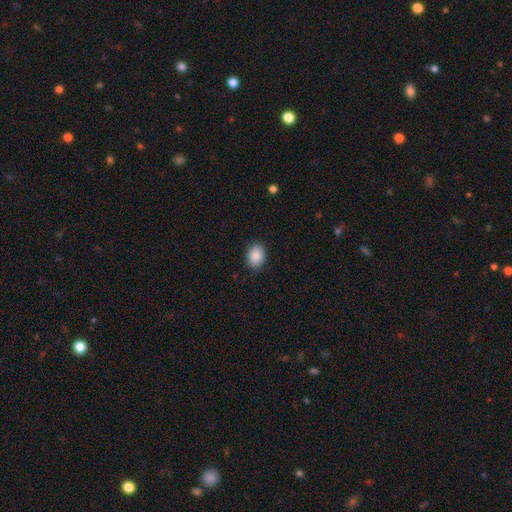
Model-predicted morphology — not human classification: A smooth galaxy with no disk features (89%) that is in between round and cigar-shaped (68%).

Vote fractions:
- Smooth or featured? smooth: 89% / star or artifact: 7% / featured or disk: 4%
- How rounded? in between: 68% / round: 31% / cigar-shaped: 1%
- Merging? none: 88% / minor disturbance: 9% / major disturbance: 2% / merger: 1%